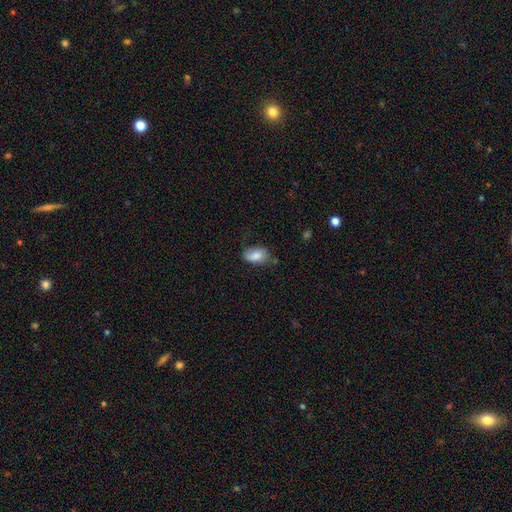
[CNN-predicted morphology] This is likely a smooth galaxy (77%). How rounded: clearly in between (91%). Merging: possibly none (59%).